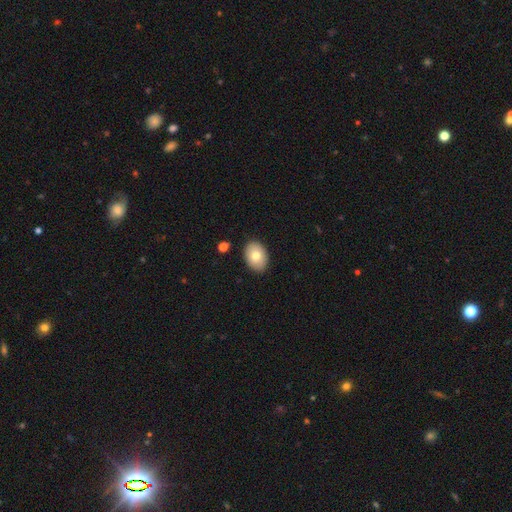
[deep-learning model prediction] The model was most divided on "smooth or featured": smooth: 76%, featured or disk: 17%, star or artifact: 7%. More confident: merging — none (88%); how rounded — in between (82%).